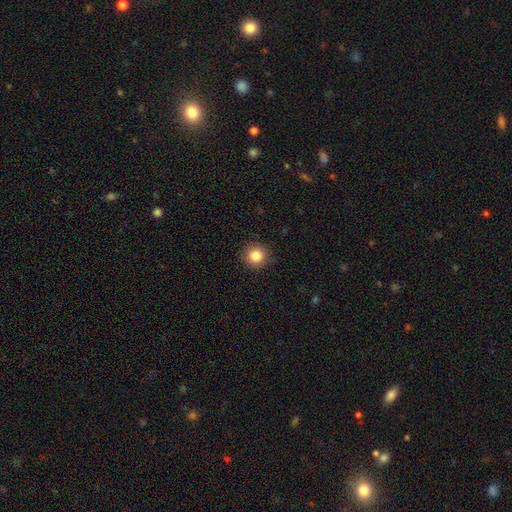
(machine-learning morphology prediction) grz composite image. It shows a smooth galaxy with no disk features (85%) that is round (94%). Merging: none (91%).